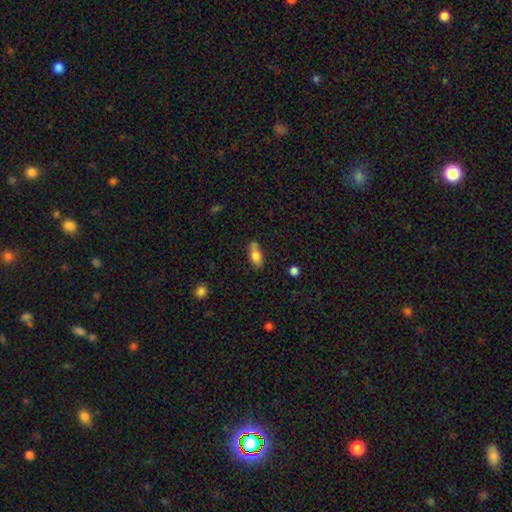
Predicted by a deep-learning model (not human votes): Morphology: type=smooth (79%); roundness=in between (83%); merging=none (60%).